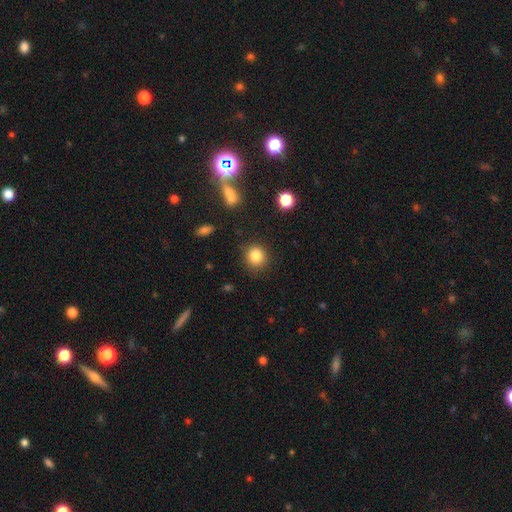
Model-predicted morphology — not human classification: type=smooth (84%); roundness=round (88%); merging=none (88%).